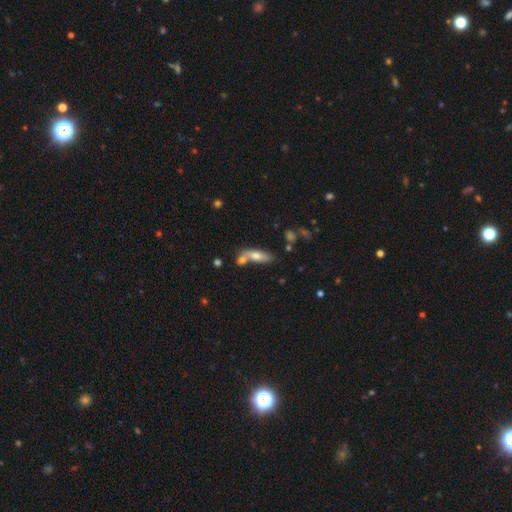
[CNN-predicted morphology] Smooth or featured?
  - smooth: 65% *
  - featured or disk: 26%
  - star or artifact: 9%
How rounded?
  - in between: 60% *
  - cigar-shaped: 36%
  - round: 4%
Merging?
  - none: 47% *
  - merger: 35%
  - minor disturbance: 13%
  - major disturbance: 5%